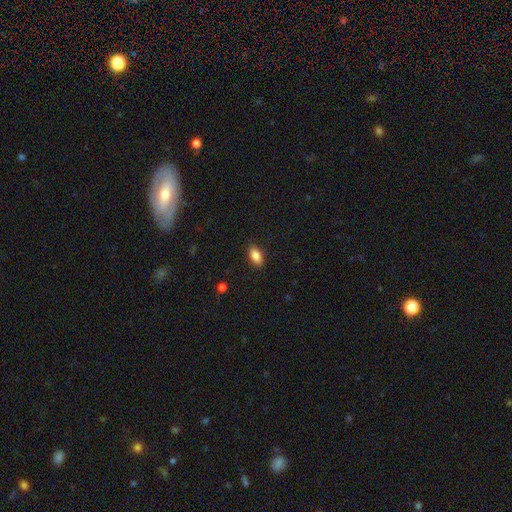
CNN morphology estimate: A smooth galaxy with no disk features (86%) that is in between round and cigar-shaped (90%).

Vote fractions:
- Smooth or featured? smooth: 86% / star or artifact: 8% / featured or disk: 6%
- How rounded? in between: 90% / cigar-shaped: 5% / round: 5%
- Merging? none: 88% / minor disturbance: 9% / major disturbance: 2% / merger: 1%